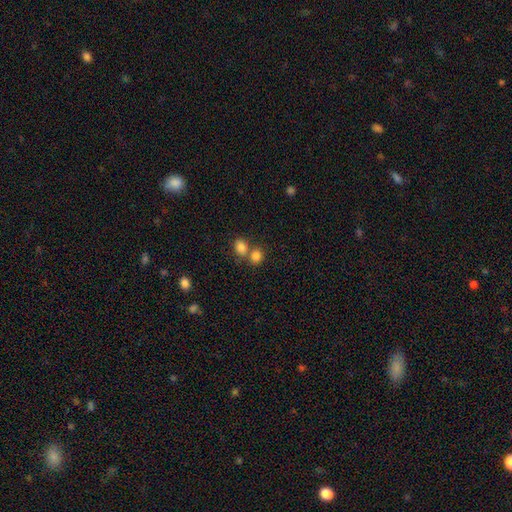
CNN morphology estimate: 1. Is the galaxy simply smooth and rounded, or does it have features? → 82% smooth, 11% star or artifact, 7% featured or disk.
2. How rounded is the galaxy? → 59% round, 40% in between, 1% cigar-shaped.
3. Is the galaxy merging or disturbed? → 45% merger, 44% none, 8% minor disturbance, 3% major disturbance.